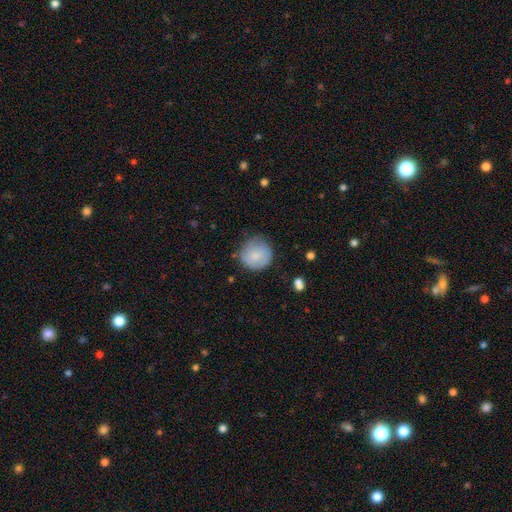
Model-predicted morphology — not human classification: This appears to be a smooth galaxy with no disk features (77%) that is round (91%). Merging: none (65%).